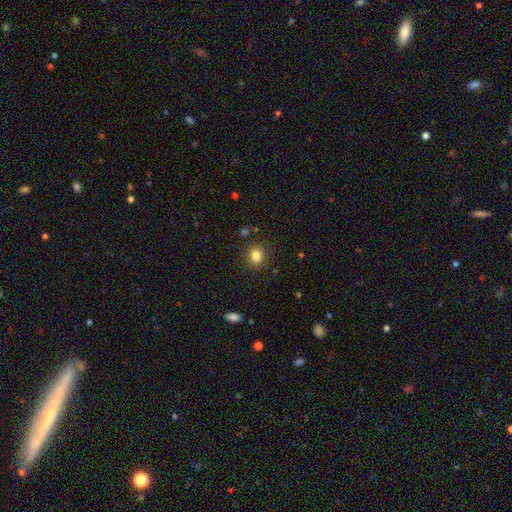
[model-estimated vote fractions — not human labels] A smooth galaxy with no disk features (83%) that is round (68%).

Vote fractions:
- Smooth or featured? smooth: 83% / star or artifact: 11% / featured or disk: 6%
- How rounded? round: 68% / in between: 31% / cigar-shaped: 1%
- Merging? none: 87% / minor disturbance: 8% / major disturbance: 3% / merger: 2%